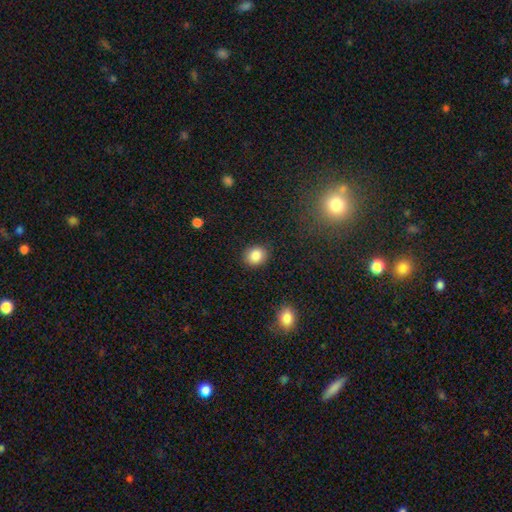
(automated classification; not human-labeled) Morphology: type=smooth (86%); roundness=round (64%); merging=none (89%).